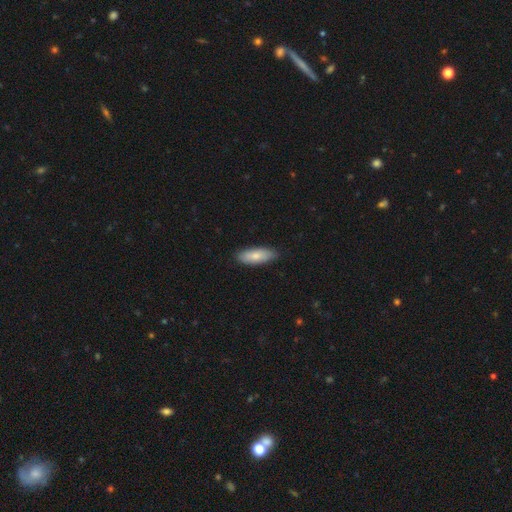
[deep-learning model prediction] Overall: smooth (79%). How rounded: in between (74%). Merging: none (85%).